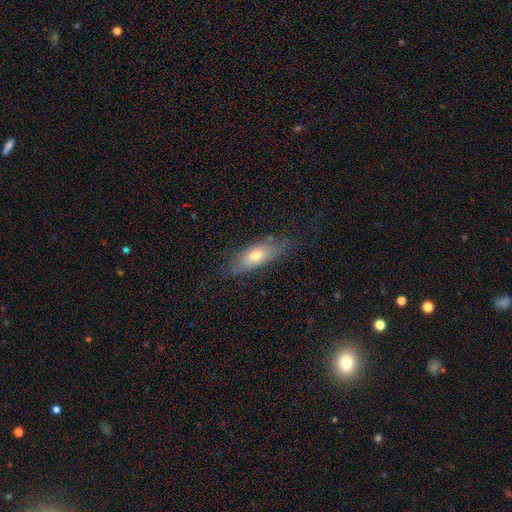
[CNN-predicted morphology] type=smooth (66%); roundness=in between (72%); merging=none (73%).